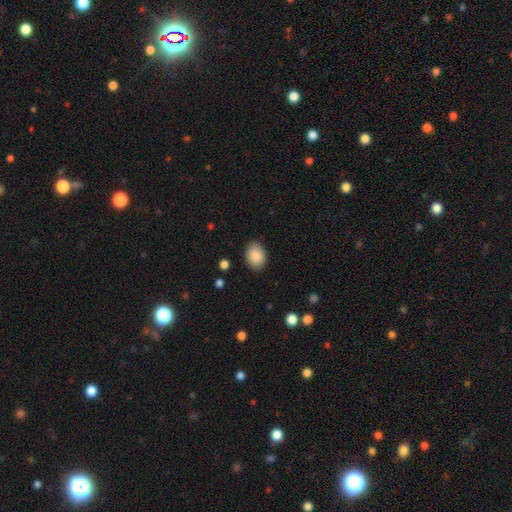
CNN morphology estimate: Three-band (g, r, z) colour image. It shows a smooth galaxy with no disk features (88%) that is in between round and cigar-shaped (78%). Merging: none (87%).